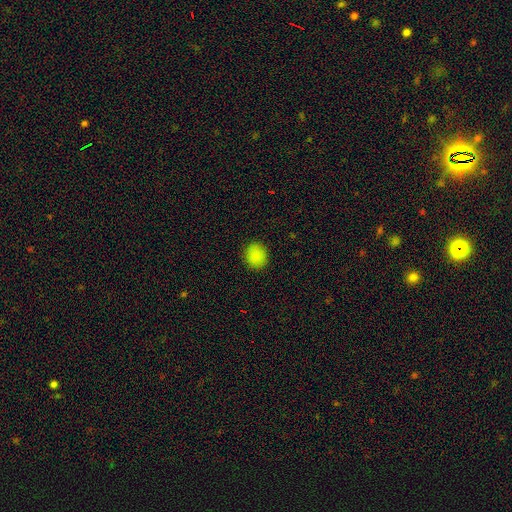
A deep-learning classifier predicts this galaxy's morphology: Smooth or featured: smooth — 86% (star or artifact — 10%)
How rounded: round — 81% (in between — 18%)
Merging: none — 91% (minor disturbance — 6%)